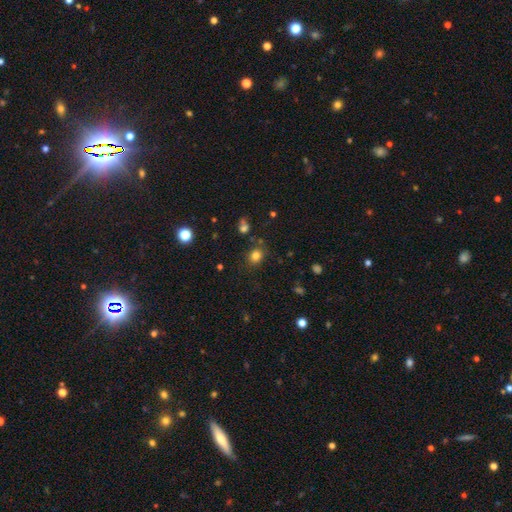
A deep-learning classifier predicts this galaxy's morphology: smooth_or_featured: smooth (p=0.79) [alt: star or artifact p=0.15]
how_rounded: round (p=0.69) [alt: in between p=0.30]
merging: none (p=0.82) [alt: minor disturbance p=0.11]